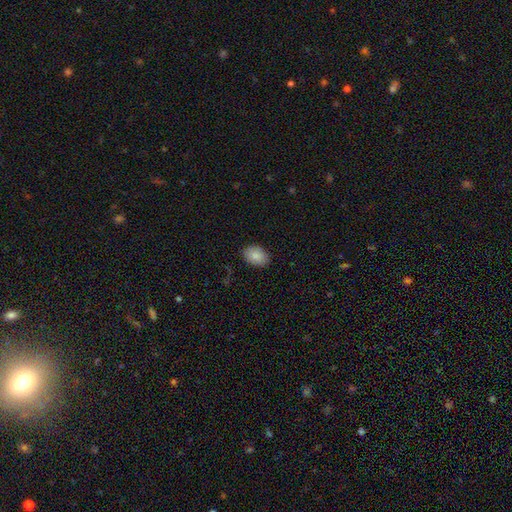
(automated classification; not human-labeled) The model was most divided on "how rounded": in between: 83%, round: 16%, cigar-shaped: 1%. More confident: smooth or featured — smooth (87%); merging — none (87%).